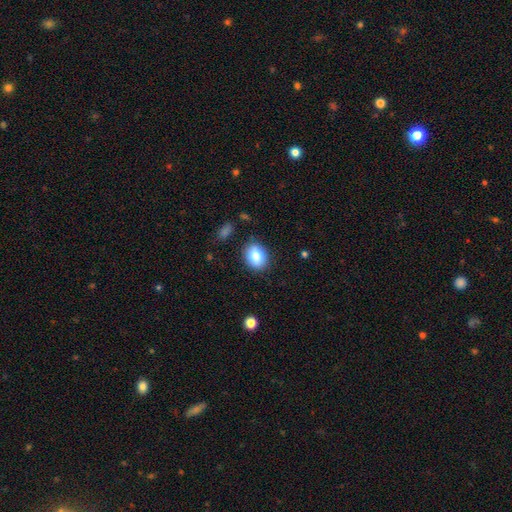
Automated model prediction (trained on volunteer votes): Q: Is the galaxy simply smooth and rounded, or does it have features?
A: smooth — 84%.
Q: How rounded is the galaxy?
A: in between — 66%.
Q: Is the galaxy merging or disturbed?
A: none — 84%.